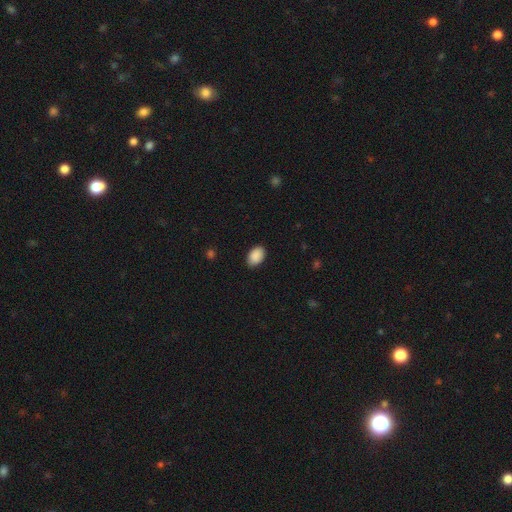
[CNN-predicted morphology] A smooth galaxy with no disk features (90%) that is in between round and cigar-shaped (87%). Merging: none (86%).